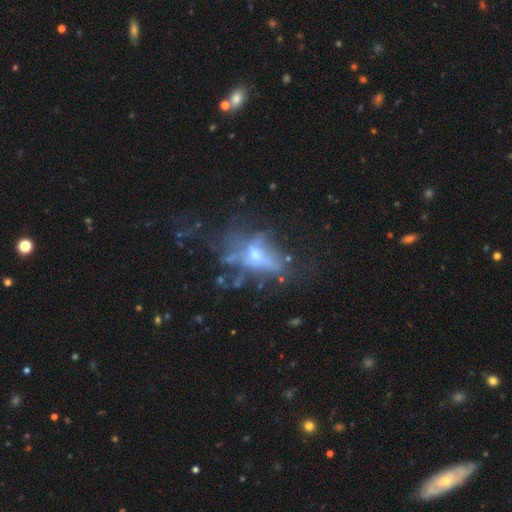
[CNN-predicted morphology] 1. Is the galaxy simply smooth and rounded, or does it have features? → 56% featured or disk, 26% smooth, 18% star or artifact.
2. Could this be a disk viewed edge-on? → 87% no, 13% yes.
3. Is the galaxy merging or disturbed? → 40% major disturbance, 34% none, 17% minor disturbance, 8% merger.